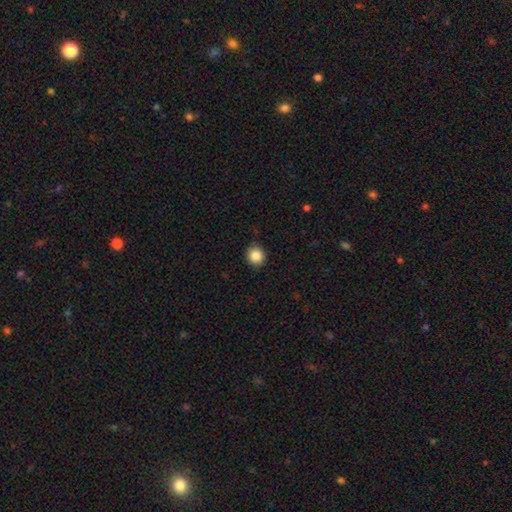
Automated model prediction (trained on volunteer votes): Smooth or featured? smooth (86%)
How rounded? round (91%)
Merging? none (89%)